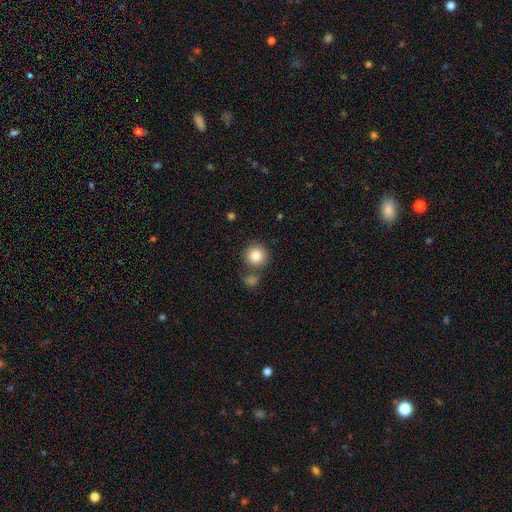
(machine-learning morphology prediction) smooth 85%, star or artifact 9%, featured or disk 6%. Down the decision tree: how rounded — round (92%); merging — none (72%).